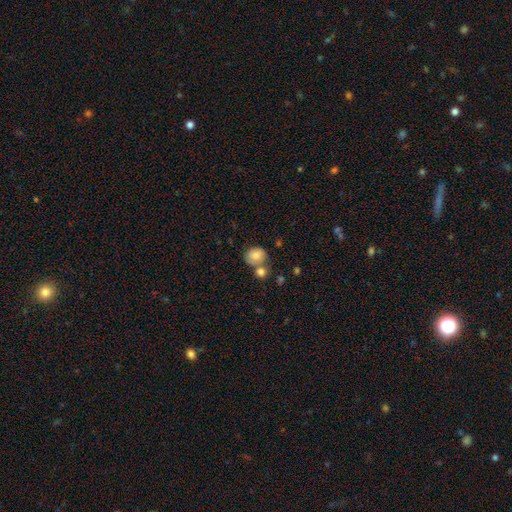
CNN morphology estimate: A smooth galaxy with no disk features (81%) that is round (61%). Merging: none (48%).